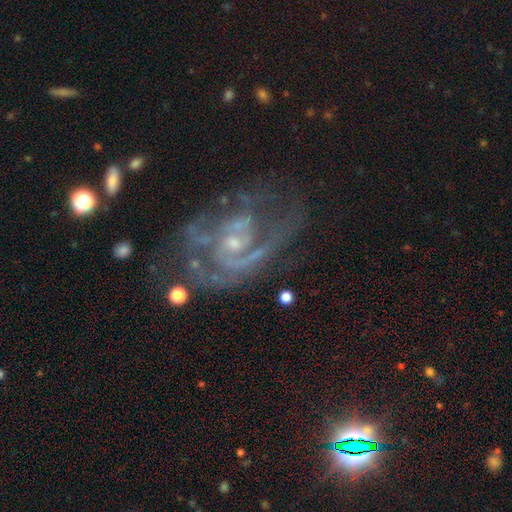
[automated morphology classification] Overall: featured or disk (85%). Edge-on disk: no (97%). Bar: no (59%; weak 32%). Spiral arms: yes (90%). Spiral arm count: 2 (45%; can't tell 23%). Spiral winding: medium (45%; tight 39%). Bulge size: small (67%). Merging: none (53%; major disturbance 22%).